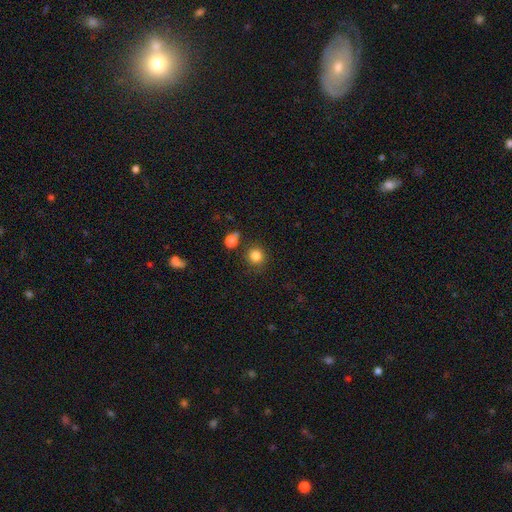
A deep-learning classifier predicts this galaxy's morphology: The model was most divided on "smooth or featured": smooth: 83%, star or artifact: 12%, featured or disk: 5%. More confident: how rounded — round (92%); merging — none (84%).